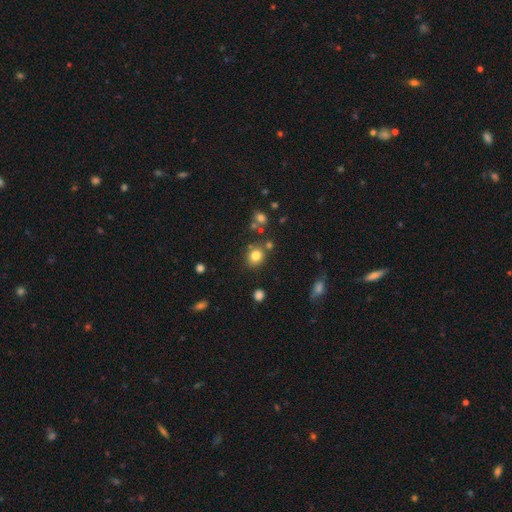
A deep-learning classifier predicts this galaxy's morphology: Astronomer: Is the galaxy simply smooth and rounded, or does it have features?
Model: smooth — 80%.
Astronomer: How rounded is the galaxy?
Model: round — 70%.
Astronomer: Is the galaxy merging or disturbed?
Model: none — 77%.